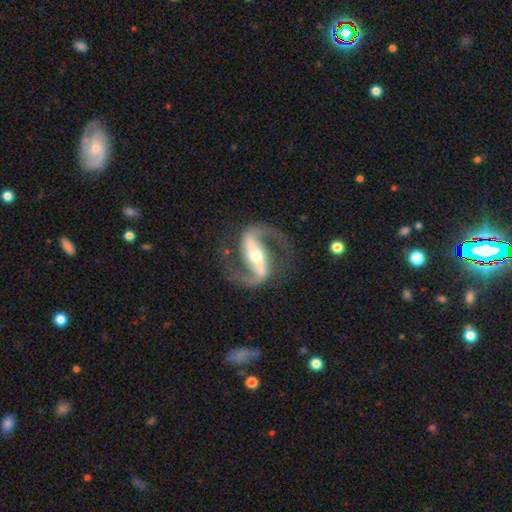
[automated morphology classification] smooth-or-featured: featured or disk: 93% | star or artifact: 4% | smooth: 3%
  disk-edge-on: no: 97% | yes: 3%
    bar: strong: 67% | weak: 21% | no: 12%
    has-spiral-arms: yes: 98% | no: 2%
      spiral-winding: medium: 56% | loose: 32% | tight: 12%
      spiral-arm-count: 2: 94% | 1: 2% | can't tell: 1% | 3: 1% | 4: 1% | more than 4: 1%
    bulge-size: moderate: 60% | small: 32% | large: 6% | none: 1% | dominant: 1%
  merging: none: 82% | minor disturbance: 10% | major disturbance: 6% | merger: 1%